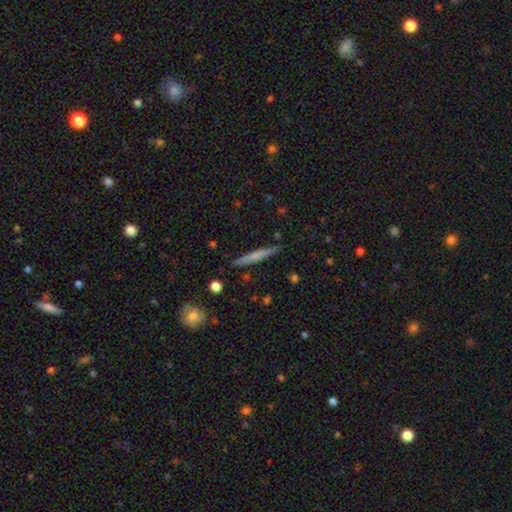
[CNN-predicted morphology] Overall: smooth (51%; featured or disk 43%). How rounded: cigar-shaped (95%). Merging: none (89%).